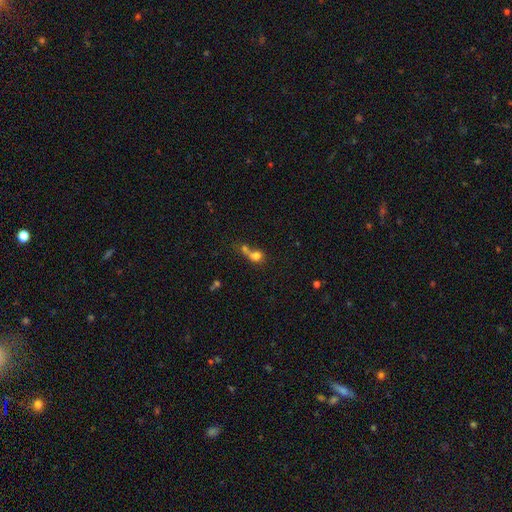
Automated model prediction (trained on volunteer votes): Q: Smooth or featured?
A: smooth (70%); runner-up: featured or disk (17%)
Q: How rounded?
A: round (64%); runner-up: in between (32%)
Q: Merging?
A: merger (54%); runner-up: none (22%)